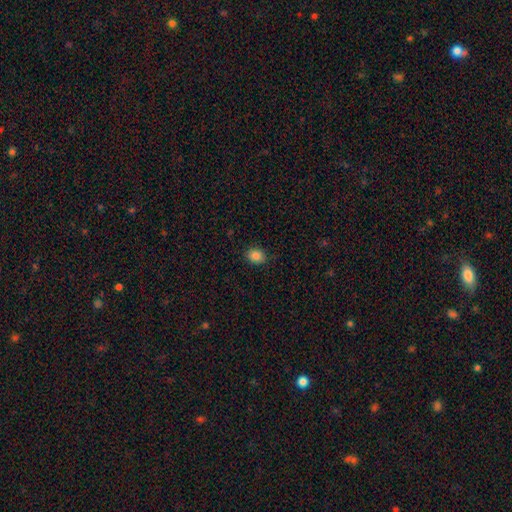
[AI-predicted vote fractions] The model was most divided on "how rounded": in between: 50%, round: 49%, cigar-shaped: 1%. More confident: merging — none (88%); smooth or featured — smooth (85%).